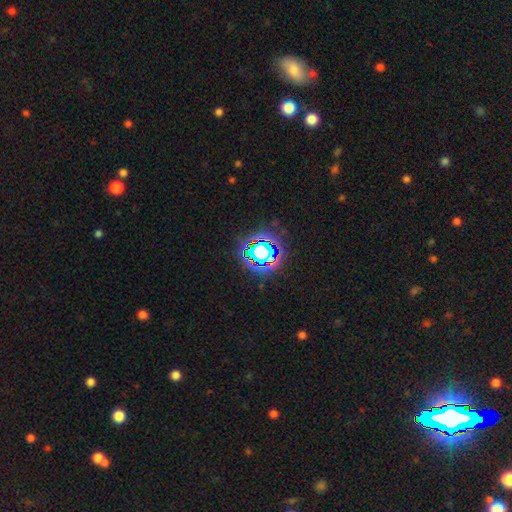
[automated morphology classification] smooth-or-featured: star or artifact: 82% | smooth: 11% | featured or disk: 7%